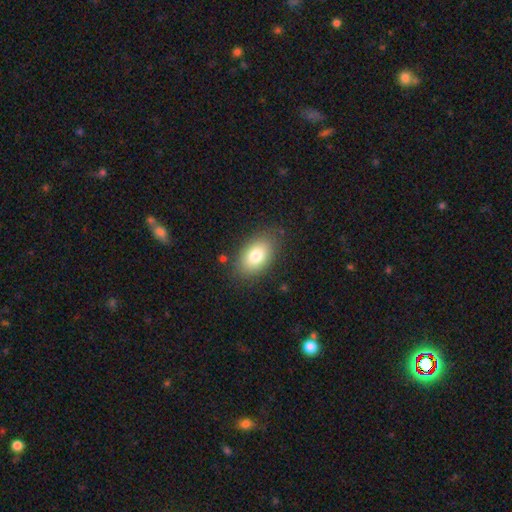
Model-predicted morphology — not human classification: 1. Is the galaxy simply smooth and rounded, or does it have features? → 79% smooth, 12% featured or disk, 8% star or artifact.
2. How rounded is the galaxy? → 89% in between, 9% round, 2% cigar-shaped.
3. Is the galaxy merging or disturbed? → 82% none, 13% minor disturbance, 4% major disturbance, 2% merger.